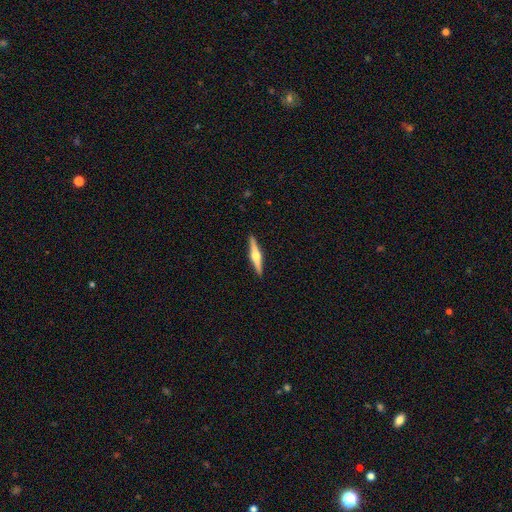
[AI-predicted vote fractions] Overall: featured or disk (75%). Edge-on disk: yes (98%). Edge-on bulge: rounded (94%). Merging: none (92%).